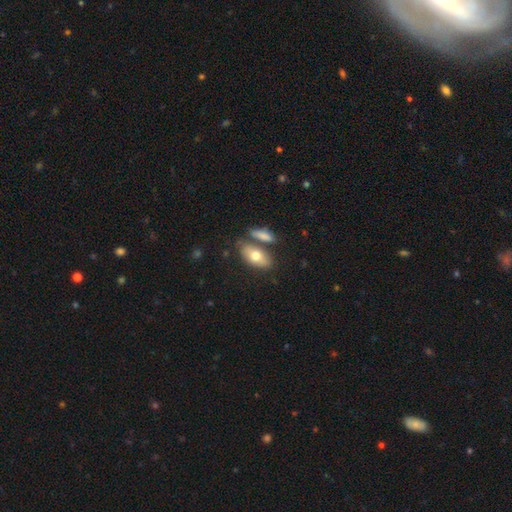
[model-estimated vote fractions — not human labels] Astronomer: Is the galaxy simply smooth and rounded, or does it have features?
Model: smooth — 73%.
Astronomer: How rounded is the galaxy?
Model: in between — 88%.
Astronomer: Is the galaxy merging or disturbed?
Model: none — 60%.